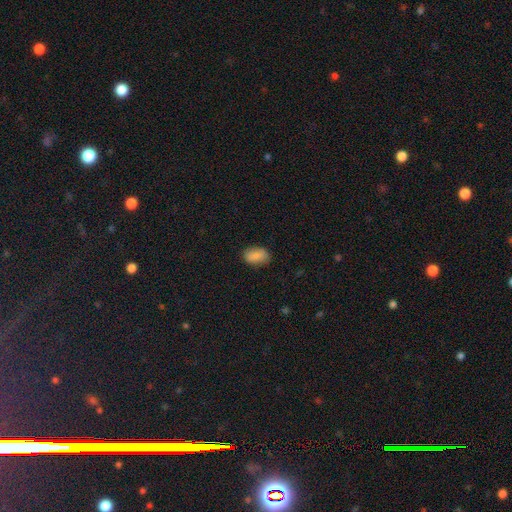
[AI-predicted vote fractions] Morphology: type=smooth (87%); roundness=in between (89%); merging=none (83%).